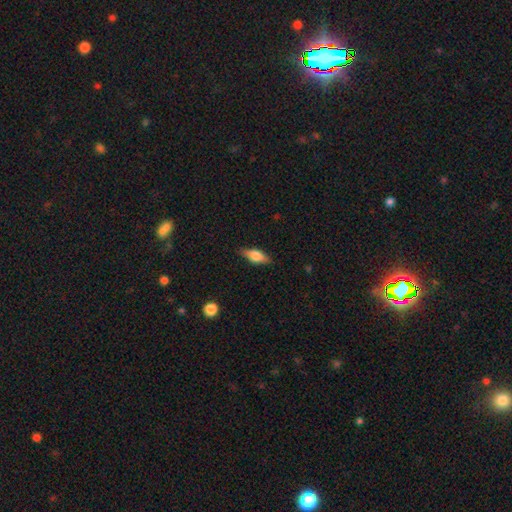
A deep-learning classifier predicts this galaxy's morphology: Smooth or featured? Predicted: smooth (p=0.57). How rounded? Predicted: in between (p=0.69). Merging? Predicted: none (p=0.84).